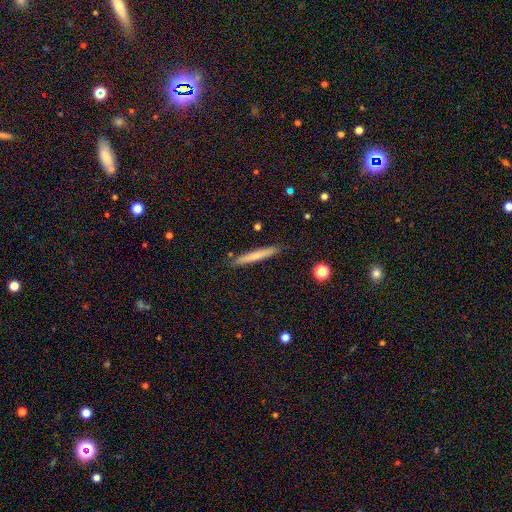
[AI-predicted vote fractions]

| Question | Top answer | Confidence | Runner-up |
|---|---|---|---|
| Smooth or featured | smooth | 60% | featured or disk (33%) |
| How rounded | cigar-shaped | 95% | in between (3%) |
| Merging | none | 88% | minor disturbance (9%) |